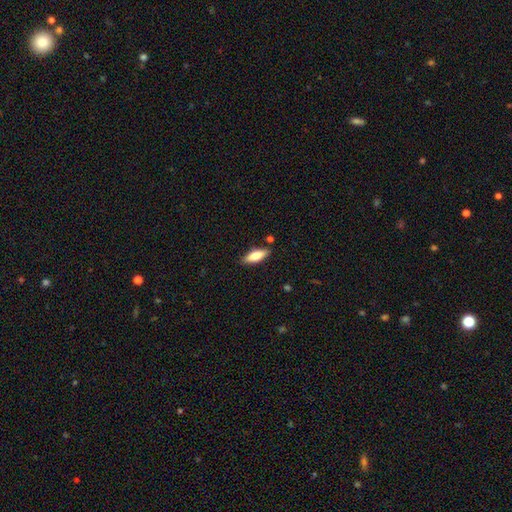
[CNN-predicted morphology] Smooth or featured?
  - smooth: 73% *
  - featured or disk: 21%
  - star or artifact: 6%
How rounded?
  - in between: 64% *
  - cigar-shaped: 34%
  - round: 2%
Merging?
  - none: 85% *
  - minor disturbance: 10%
  - merger: 2%
  - major disturbance: 2%